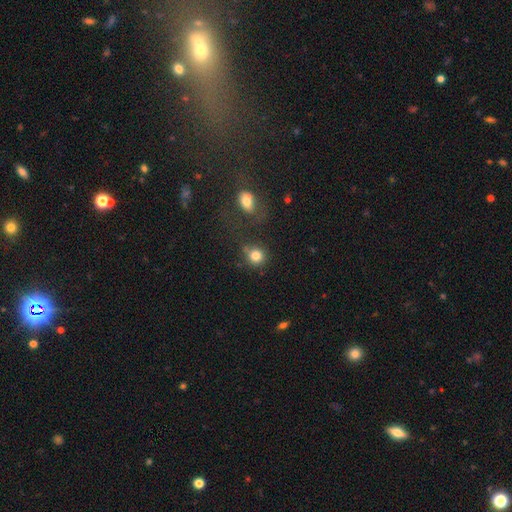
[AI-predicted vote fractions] smooth-or-featured: smooth: 82% | star or artifact: 11% | featured or disk: 7%
  how-rounded: round: 86% | in between: 13% | cigar-shaped: 1%
  merging: none: 67% | minor disturbance: 15% | merger: 12% | major disturbance: 6%